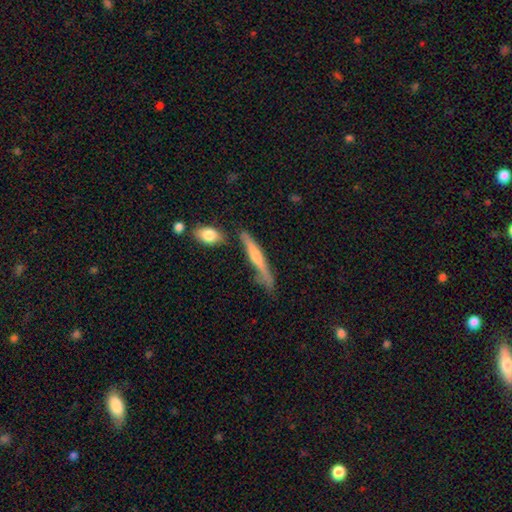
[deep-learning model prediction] Overall: featured or disk (65%; smooth 28%). Edge-on disk: yes (94%). Edge-on bulge: rounded (77%). Merging: none (73%).